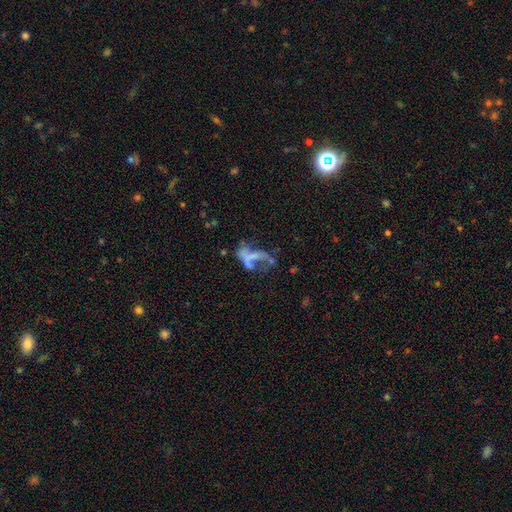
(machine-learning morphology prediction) This is possibly a featured or disk galaxy (51%). It is clearly not viewed edge-on (93%). Merging: marginally major disturbance (41%).